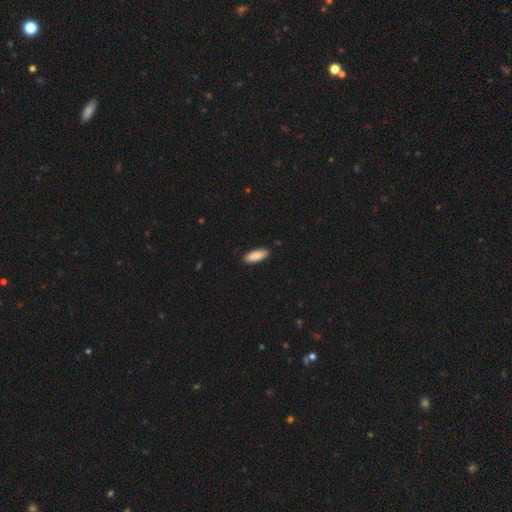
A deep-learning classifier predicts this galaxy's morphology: This is clearly a smooth galaxy (89%). How rounded: likely in between (68%). Merging: clearly none (88%).